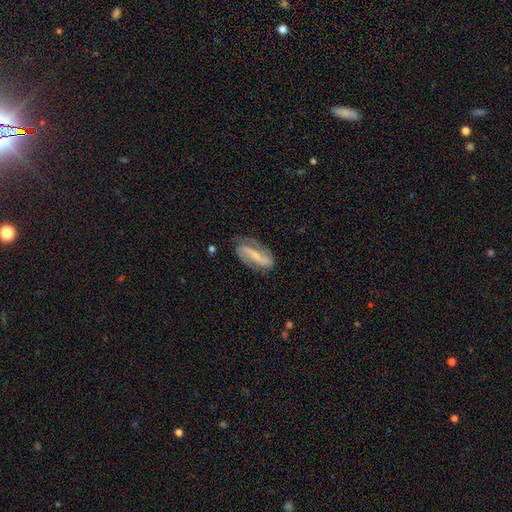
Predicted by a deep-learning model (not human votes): Q: Smooth or featured?
A: featured or disk (80%); runner-up: smooth (14%)
Q: Edge-on disk?
A: no (92%); runner-up: yes (8%)
Q: Bar?
A: strong (62%); runner-up: weak (24%)
Q: Spiral arms?
A: yes (91%); runner-up: no (9%)
Q: Spiral winding?
A: loose (39%); runner-up: medium (38%)
Q: Spiral arm count?
A: 2 (88%); runner-up: can't tell (5%)
Q: Bulge size?
A: small (65%); runner-up: moderate (23%)
Q: Merging?
A: none (73%); runner-up: minor disturbance (18%)